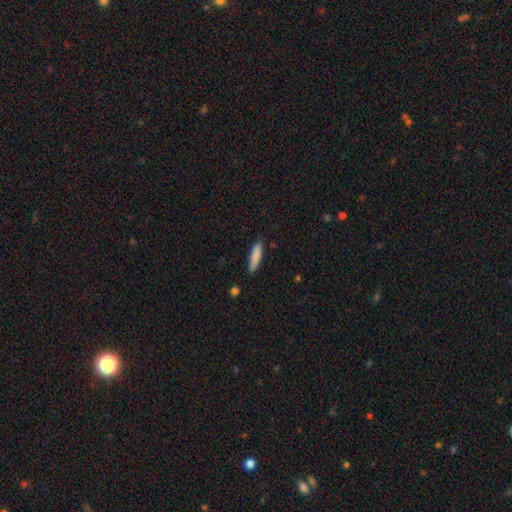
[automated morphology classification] A smooth galaxy with no disk features (84%) that is cigar-shaped (77%).

Vote fractions:
- Smooth or featured? smooth: 84% / featured or disk: 10% / star or artifact: 6%
- How rounded? cigar-shaped: 77% / in between: 22% / round: 1%
- Merging? none: 83% / minor disturbance: 13% / major disturbance: 2% / merger: 2%